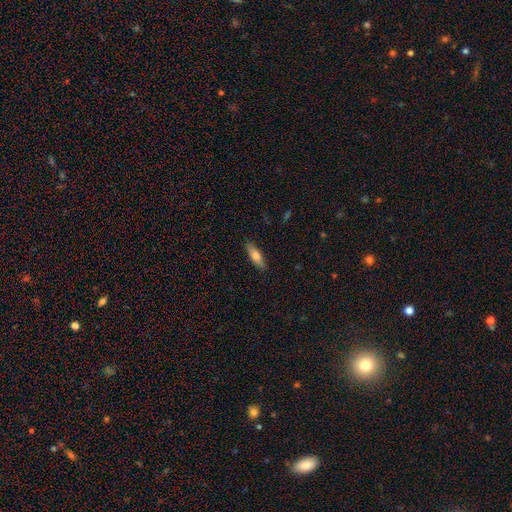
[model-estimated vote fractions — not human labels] A smooth galaxy with no disk features (71%) that is cigar-shaped (49%, tied with in between).

Vote fractions:
- Smooth or featured? smooth: 71% / featured or disk: 23% / star or artifact: 6%
- How rounded? cigar-shaped: 49% (tied) / in between: 49% (tied) / round: 2%
- Merging? none: 88% / minor disturbance: 9% / major disturbance: 2% / merger: 1%